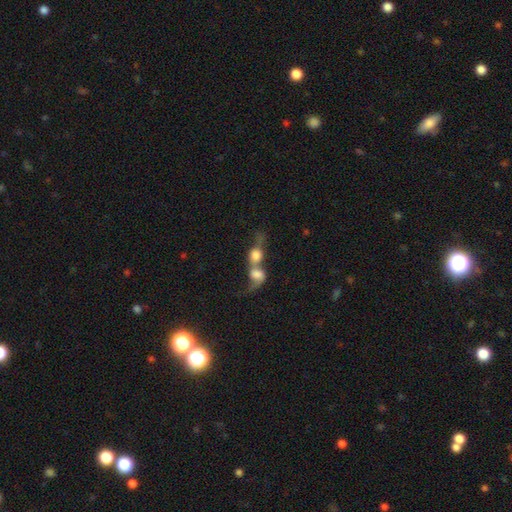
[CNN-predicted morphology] Smooth or featured? Predicted: smooth (p=0.65). How rounded? Predicted: round (p=0.53). Merging? Predicted: merger (p=0.84).